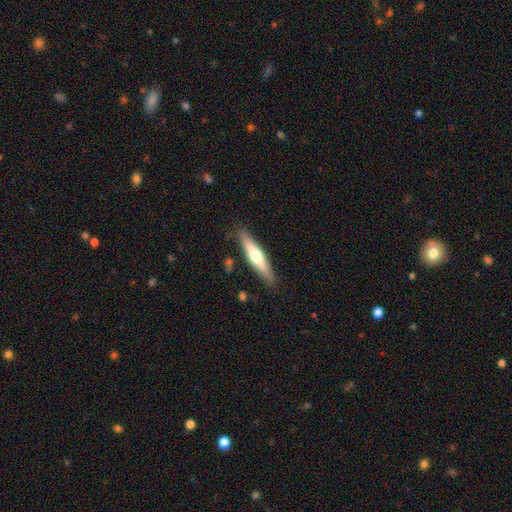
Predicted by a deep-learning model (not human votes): A smooth galaxy with no disk features (49%). Merging: none (86%).